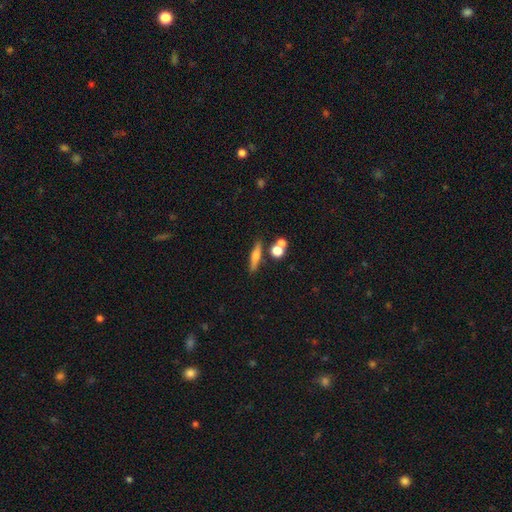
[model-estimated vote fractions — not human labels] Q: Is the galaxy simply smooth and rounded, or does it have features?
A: smooth — 53%.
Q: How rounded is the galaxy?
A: cigar-shaped — 74%.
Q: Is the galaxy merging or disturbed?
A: none — 75%.